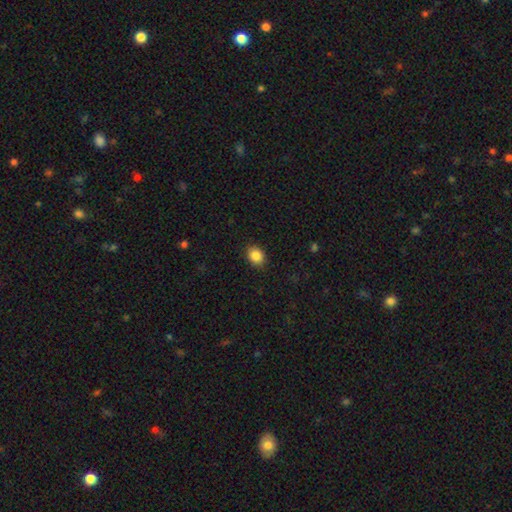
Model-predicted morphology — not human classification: This appears to be a smooth galaxy with no disk features (87%) that is round (50%). Merging: none (88%).